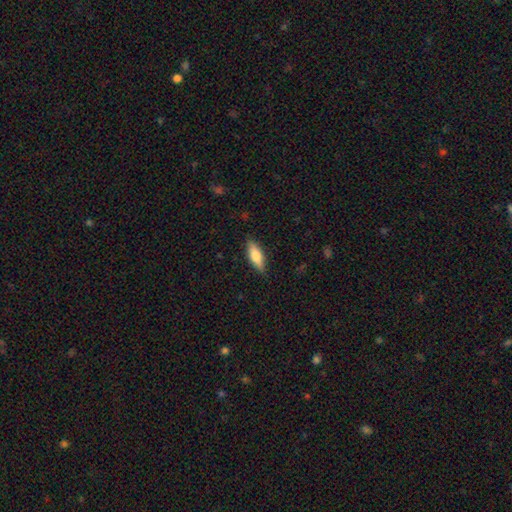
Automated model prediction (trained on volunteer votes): Smooth or featured? Predicted: smooth (p=0.69). How rounded? Predicted: in between (p=0.59). Merging? Predicted: none (p=0.86).